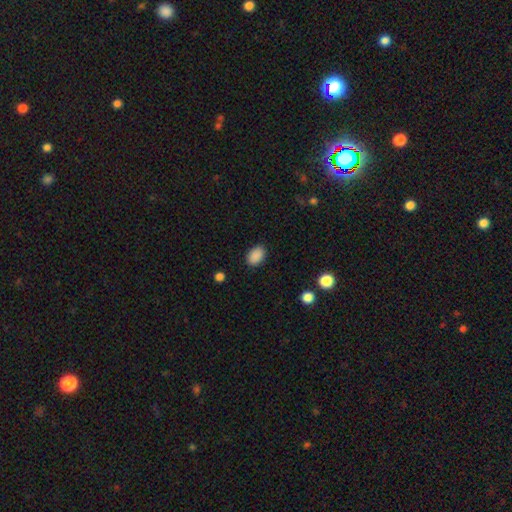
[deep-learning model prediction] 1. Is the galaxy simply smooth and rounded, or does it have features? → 89% smooth, 9% star or artifact, 3% featured or disk.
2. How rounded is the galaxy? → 82% in between, 17% round, 1% cigar-shaped.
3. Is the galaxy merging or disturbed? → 87% none, 10% minor disturbance, 2% major disturbance, 1% merger.